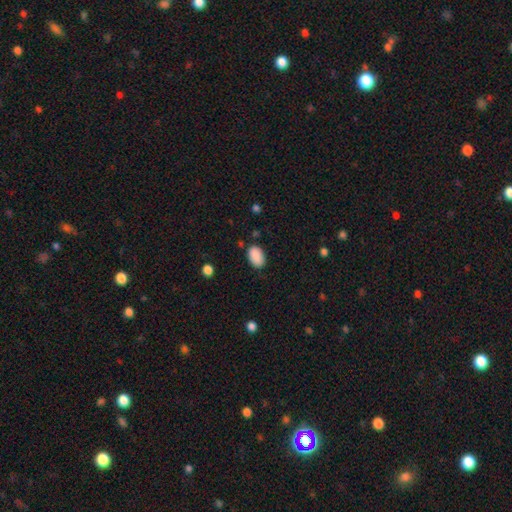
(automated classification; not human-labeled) smooth_or_featured: smooth (p=0.90) [alt: star or artifact p=0.07]
how_rounded: in between (p=0.90) [alt: round p=0.09]
merging: none (p=0.81) [alt: minor disturbance p=0.14]